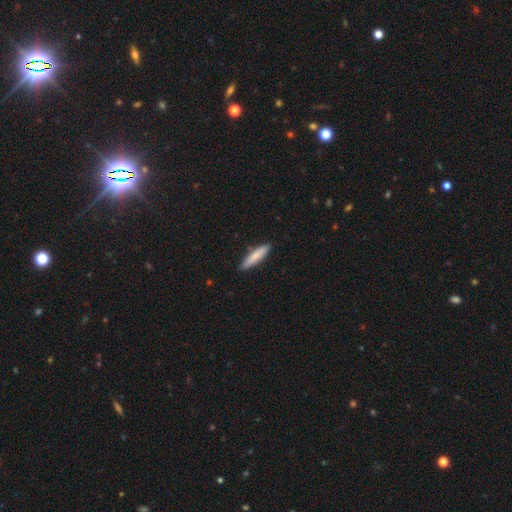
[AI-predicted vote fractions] Morphology: type=smooth (81%); roundness=cigar-shaped (82%); merging=none (87%).